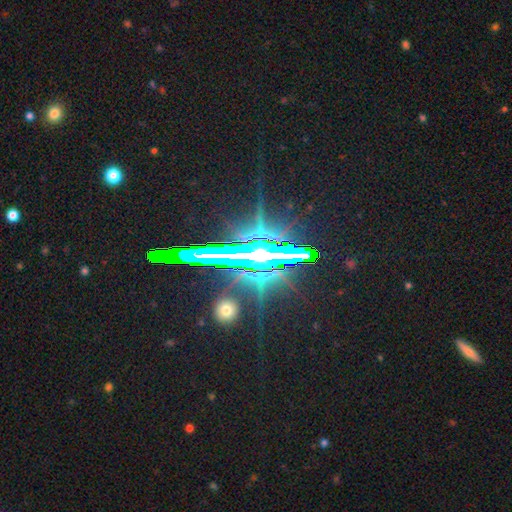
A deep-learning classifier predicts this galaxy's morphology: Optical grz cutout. It shows a star or artifact, not a galaxy (74%).